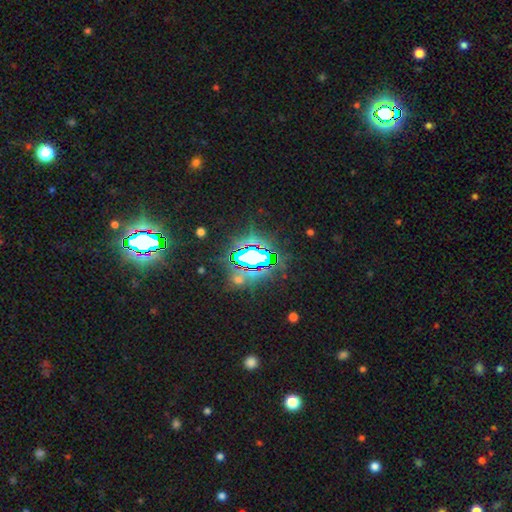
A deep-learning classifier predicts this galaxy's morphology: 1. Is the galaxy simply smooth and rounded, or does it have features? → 78% star or artifact, 13% smooth, 9% featured or disk.